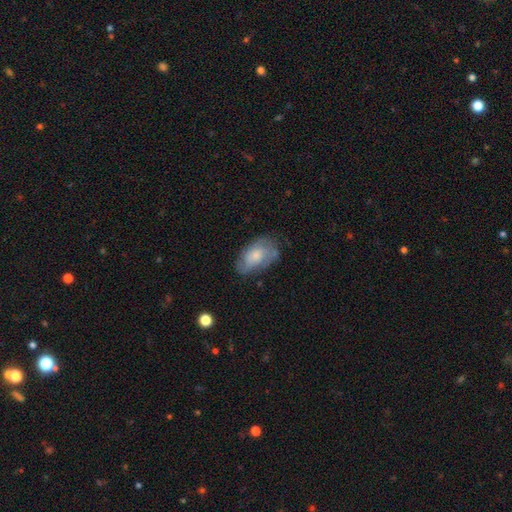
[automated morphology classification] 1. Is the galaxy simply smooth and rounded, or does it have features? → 54% smooth, 39% featured or disk, 7% star or artifact.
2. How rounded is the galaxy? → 92% in between, 6% round, 2% cigar-shaped.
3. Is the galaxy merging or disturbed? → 59% none, 29% minor disturbance, 10% major disturbance, 2% merger.